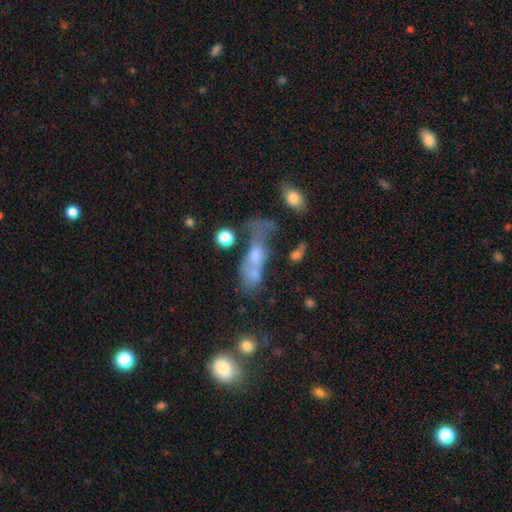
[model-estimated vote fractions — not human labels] Overall: smooth (52%; featured or disk 32%). How rounded: in between (59%; cigar-shaped 29%). Merging: merger (41%; major disturbance 28%).